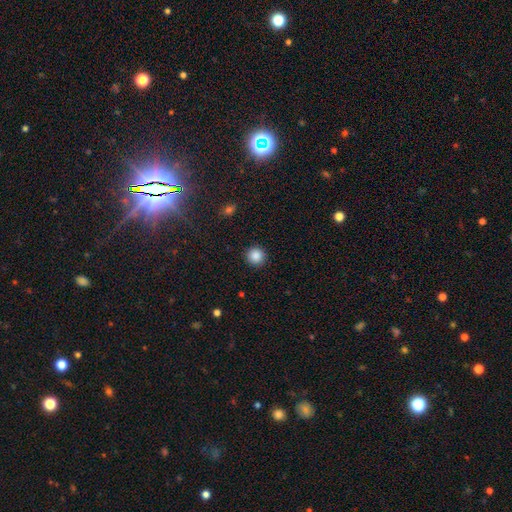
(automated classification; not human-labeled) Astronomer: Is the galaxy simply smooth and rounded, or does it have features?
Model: smooth — 87%.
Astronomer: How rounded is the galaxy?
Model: round — 94%.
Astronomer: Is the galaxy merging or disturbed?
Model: none — 92%.